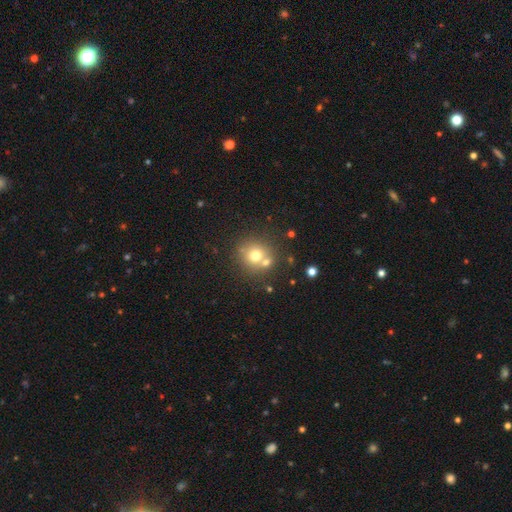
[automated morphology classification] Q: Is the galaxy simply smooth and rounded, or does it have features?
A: smooth — 70%.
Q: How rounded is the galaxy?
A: round — 88%.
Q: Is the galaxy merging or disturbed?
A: none — 62%.